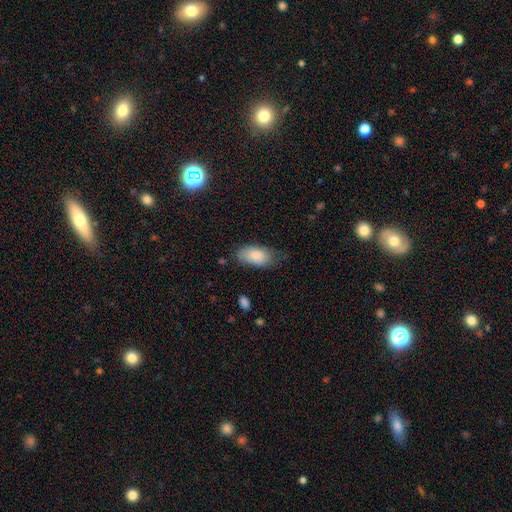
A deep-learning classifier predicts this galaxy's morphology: smooth_or_featured: smooth (p=0.83) [alt: featured or disk p=0.10]
how_rounded: in between (p=0.94) [alt: cigar-shaped p=0.03]
merging: none (p=0.57) [alt: minor disturbance p=0.32]